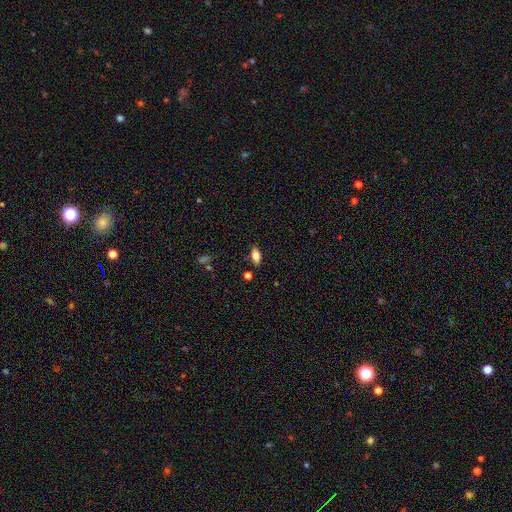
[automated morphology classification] Smooth or featured? smooth (73%)
How rounded? in between (85%)
Merging? none (84%)